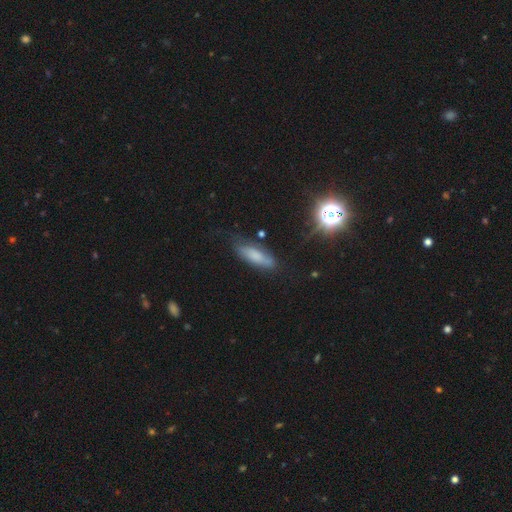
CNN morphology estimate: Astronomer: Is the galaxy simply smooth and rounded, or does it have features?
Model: smooth — 62%.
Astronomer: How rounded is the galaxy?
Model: in between — 51% (runner-up: cigar-shaped, 46%).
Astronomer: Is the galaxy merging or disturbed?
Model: none — 65%.